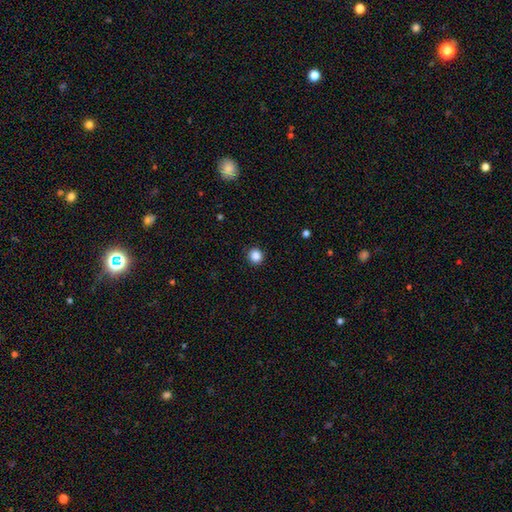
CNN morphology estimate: The model was most divided on "smooth or featured": smooth: 86%, star or artifact: 11%, featured or disk: 3%. More confident: how rounded — round (92%); merging — none (92%).